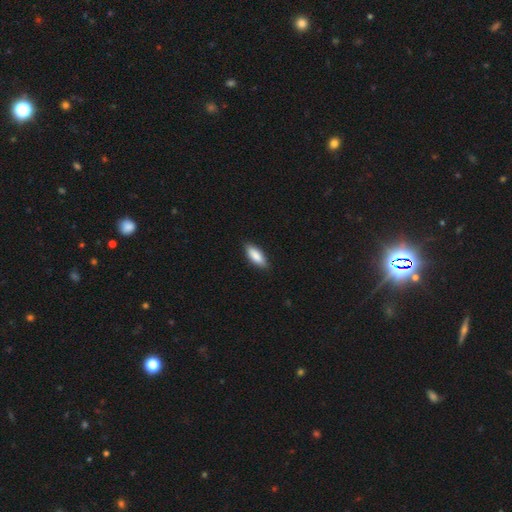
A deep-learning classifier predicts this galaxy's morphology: The model was most divided on "how rounded": in between: 75%, cigar-shaped: 23%, round: 2%. More confident: merging — none (87%); smooth or featured — smooth (87%).